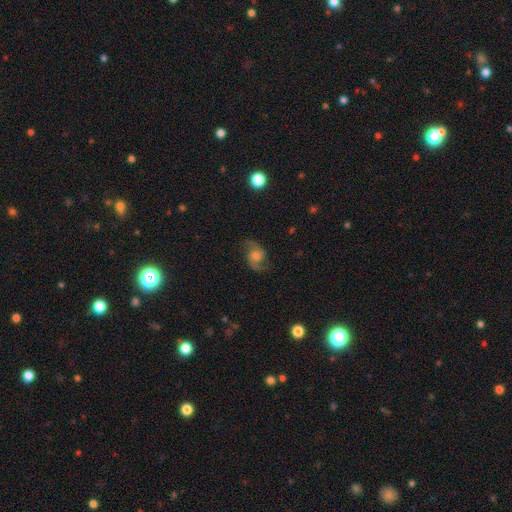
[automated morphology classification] featured or disk 79%, smooth 13%, star or artifact 9%. Down the decision tree: edge-on disk — no (97%); bar — no (64%); spiral arms — yes (96%); spiral arm count — 2 (92%); spiral winding — loose (49%); bulge size — moderate (47%); merging — none (76%).